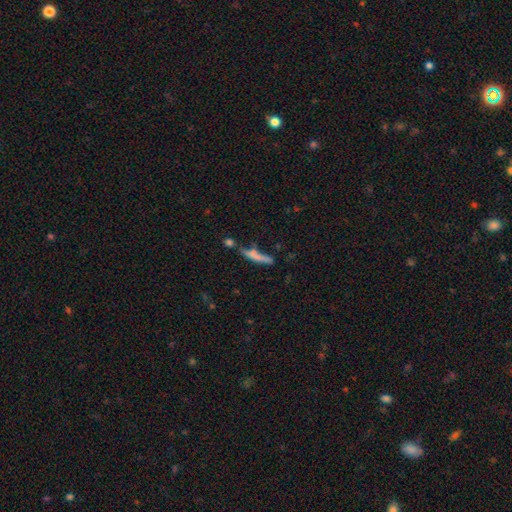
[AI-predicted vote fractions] Smooth or featured? smooth (59%)
How rounded? cigar-shaped (89%)
Merging? none (53%)